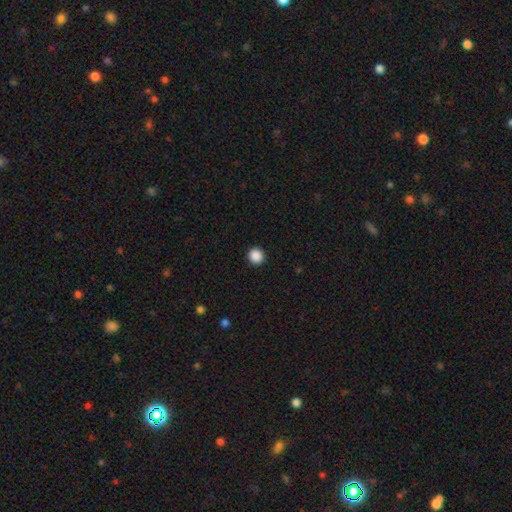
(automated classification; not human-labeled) Smooth or featured? Predicted: smooth (p=0.88). How rounded? Predicted: round (p=0.95). Merging? Predicted: none (p=0.93).